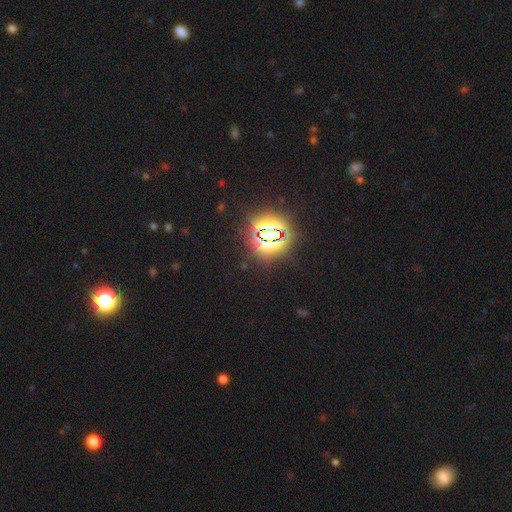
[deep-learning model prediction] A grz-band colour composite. It shows a star or artifact, not a galaxy (69%).